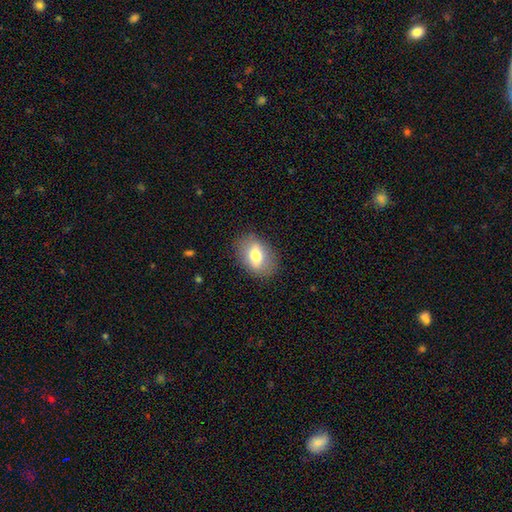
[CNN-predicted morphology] smooth-or-featured: smooth: 69% | featured or disk: 23% | star or artifact: 8%
  how-rounded: in between: 78% | round: 20% | cigar-shaped: 2%
  merging: none: 84% | minor disturbance: 12% | major disturbance: 4% | merger: 1%